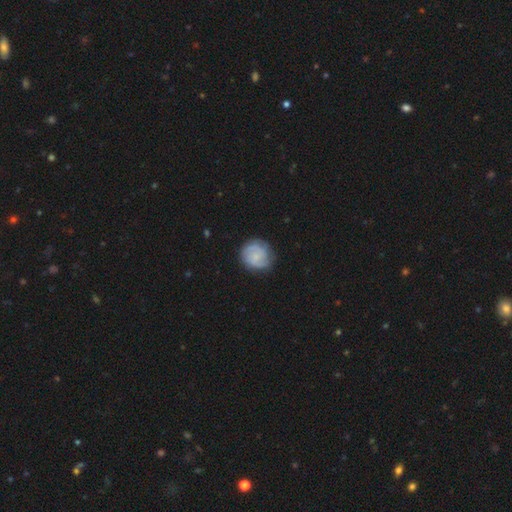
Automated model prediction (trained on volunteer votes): smooth-or-featured: featured or disk: 65% | smooth: 28% | star or artifact: 6%
  disk-edge-on: no: 98% | yes: 2%
    bar: no: 61% | weak: 34% | strong: 5%
    has-spiral-arms: yes: 94% | no: 6%
      spiral-winding: tight: 48% | medium: 40% | loose: 12%
      spiral-arm-count: 2: 54% | 3: 18% | can't tell: 17% | 1: 4% | 4: 4% | more than 4: 3%
    bulge-size: small: 55% | none: 28% | moderate: 13% | large: 2% | dominant: 1%
  merging: none: 81% | minor disturbance: 13% | major disturbance: 4% | merger: 1%